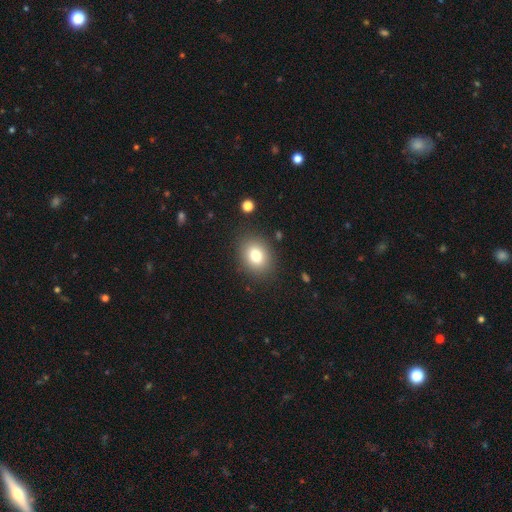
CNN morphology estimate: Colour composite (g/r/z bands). It shows a smooth galaxy with no disk features (79%) that is in between round and cigar-shaped (52%). Merging: none (86%).